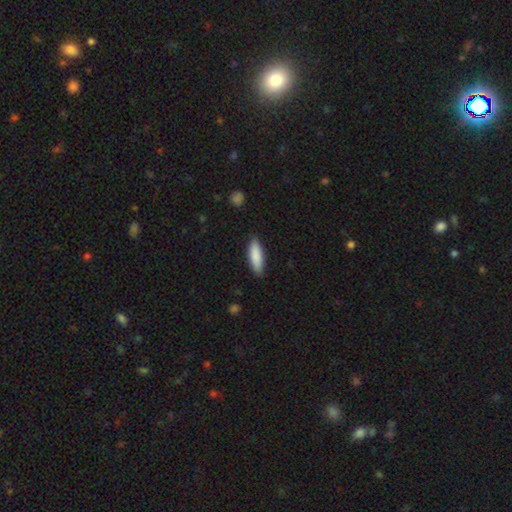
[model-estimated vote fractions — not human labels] smooth 87%, featured or disk 8%, star or artifact 5%. Down the decision tree: how rounded — cigar-shaped (52%); merging — none (87%).